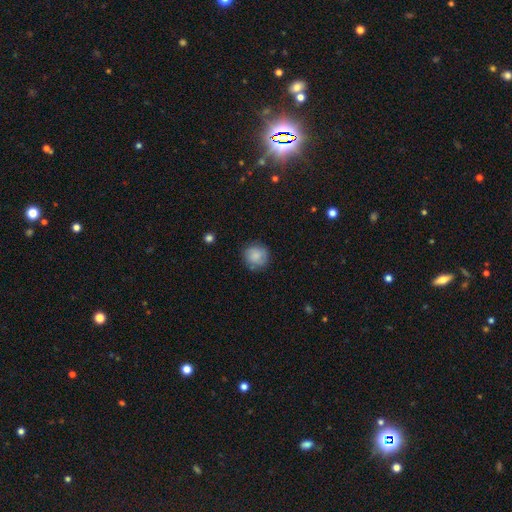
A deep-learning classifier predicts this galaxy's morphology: Overall: smooth (84%). How rounded: round (92%). Merging: none (83%).